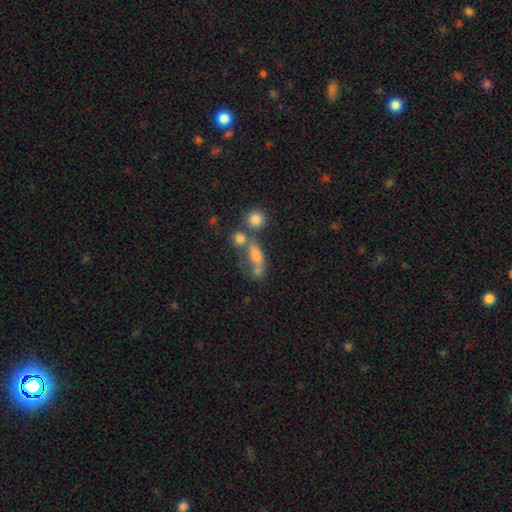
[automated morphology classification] This appears to be a smooth galaxy with no disk features (62%) that is in between round and cigar-shaped (61%). Merging: merger (36%, tied with none).